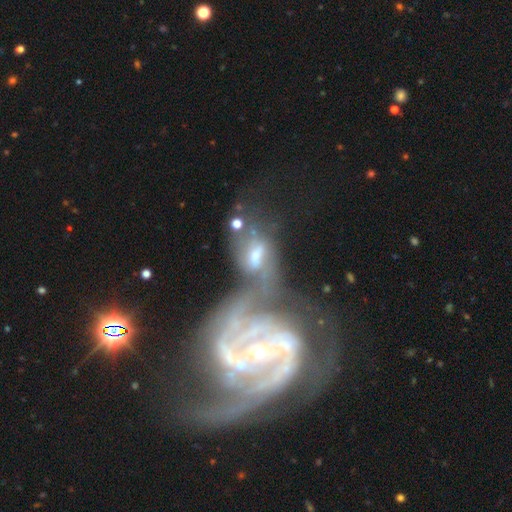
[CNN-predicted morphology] smooth-or-featured: featured or disk: 67% | smooth: 22% | star or artifact: 11%
  disk-edge-on: no: 94% | yes: 6%
    bar: no: 41% | weak: 36% | strong: 23%
    has-spiral-arms: yes: 77% | no: 23%
    bulge-size: moderate: 50% | small: 33% | large: 9% | none: 7% | dominant: 2%
  merging: merger: 68% | none: 12% | major disturbance: 12% | minor disturbance: 8%